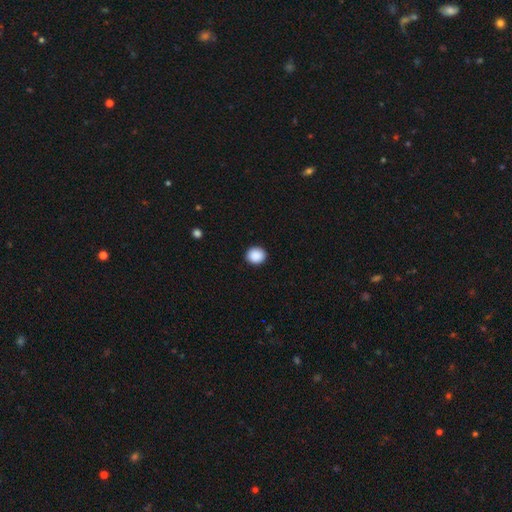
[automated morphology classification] Smooth or featured: smooth — 90% (star or artifact — 8%)
How rounded: round — 80% (in between — 20%)
Merging: none — 91% (minor disturbance — 6%)